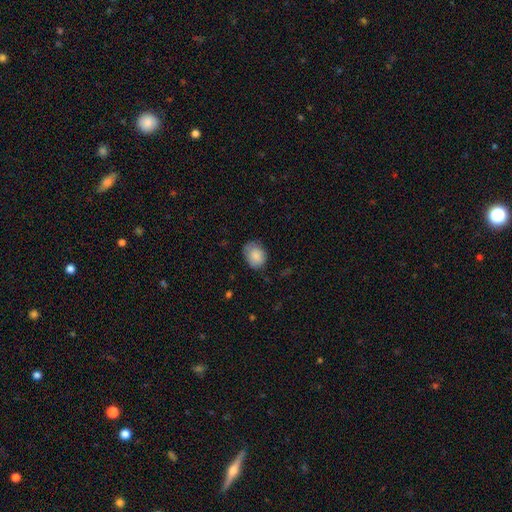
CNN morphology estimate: Smooth or featured: smooth — 85% (featured or disk — 8%)
How rounded: in between — 57% (round — 43%)
Merging: none — 66% (minor disturbance — 27%)